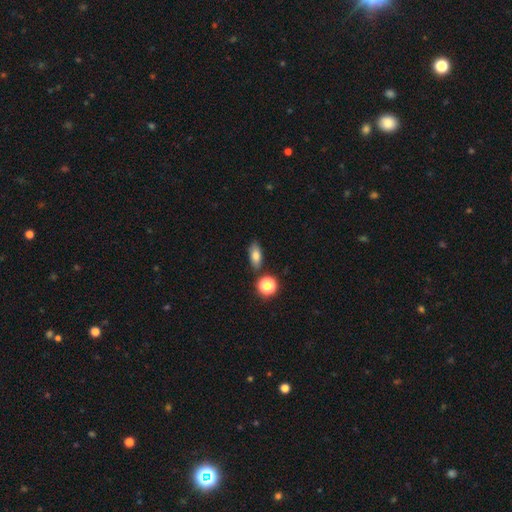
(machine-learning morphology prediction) Q: Smooth or featured?
A: smooth (76%); runner-up: featured or disk (12%)
Q: How rounded?
A: in between (78%); runner-up: cigar-shaped (12%)
Q: Merging?
A: none (80%); runner-up: minor disturbance (11%)